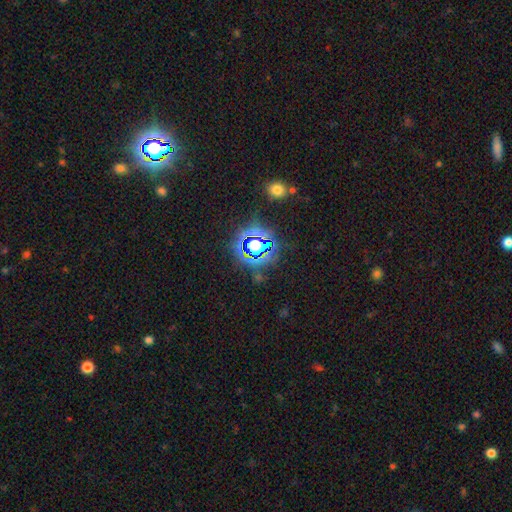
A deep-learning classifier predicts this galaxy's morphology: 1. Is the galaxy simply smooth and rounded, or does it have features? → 79% star or artifact, 14% smooth, 7% featured or disk.